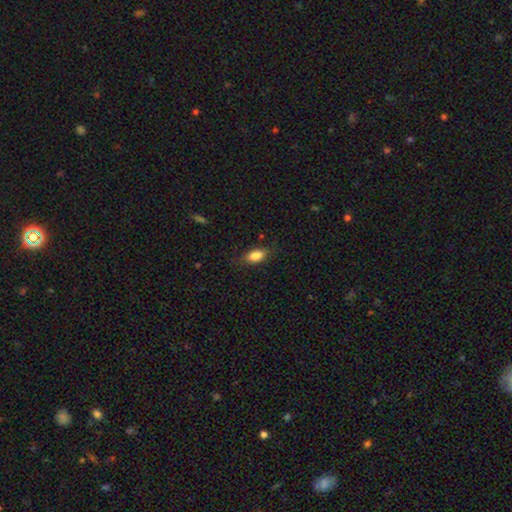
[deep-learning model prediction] Smooth or featured: smooth — 84% (featured or disk — 8%)
How rounded: in between — 86% (cigar-shaped — 8%)
Merging: none — 78% (minor disturbance — 16%)